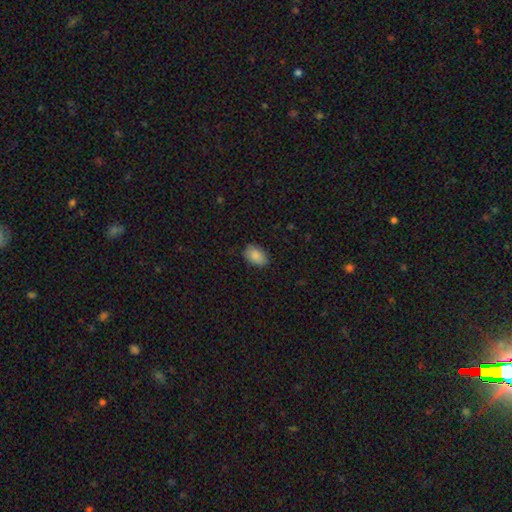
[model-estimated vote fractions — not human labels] Smooth or featured: smooth — 88% (star or artifact — 7%)
How rounded: in between — 88% (round — 11%)
Merging: none — 84% (minor disturbance — 13%)